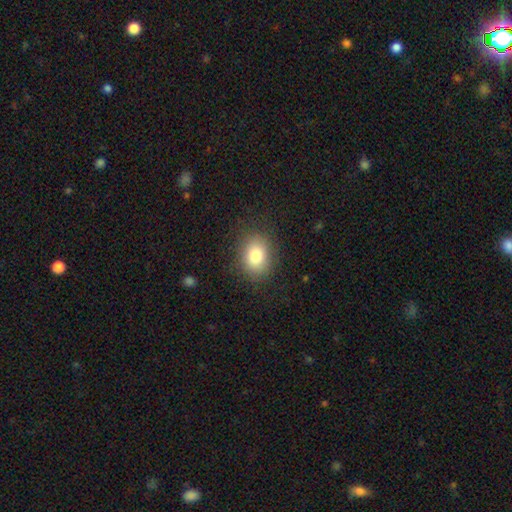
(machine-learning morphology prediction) The model was most divided on "how rounded": in between: 61%, round: 38%, cigar-shaped: 1%. More confident: merging — none (84%); smooth or featured — smooth (82%).